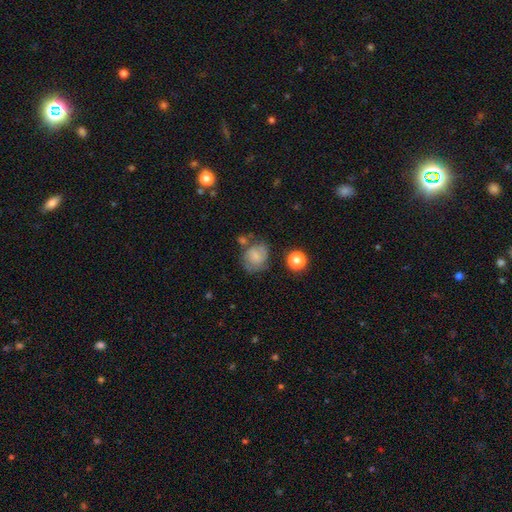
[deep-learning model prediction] Smooth or featured?
  - smooth: 61% *
  - featured or disk: 29%
  - star or artifact: 10%
How rounded?
  - round: 61% *
  - in between: 38%
  - cigar-shaped: 1%
Merging?
  - none: 53% *
  - minor disturbance: 25%
  - major disturbance: 12%
  - merger: 10%